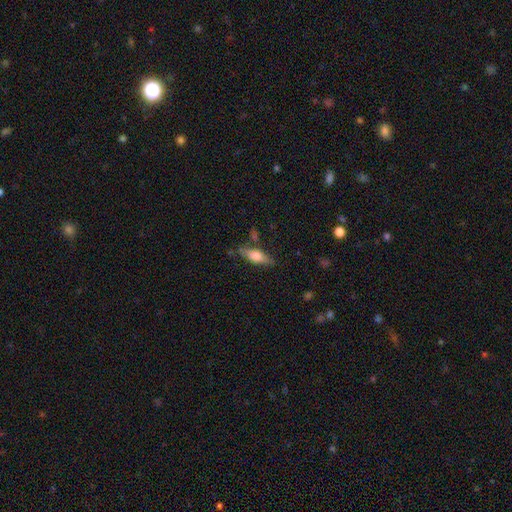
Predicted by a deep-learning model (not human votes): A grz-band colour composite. It shows a smooth galaxy with no disk features (55%) that is in between round and cigar-shaped (57%). Merging: none (74%).